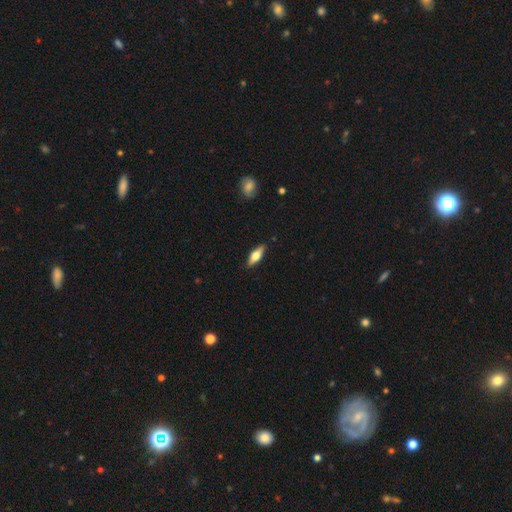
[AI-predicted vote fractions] This appears to be a smooth galaxy with no disk features (53%) that is in between round and cigar-shaped (59%). Merging: none (88%).